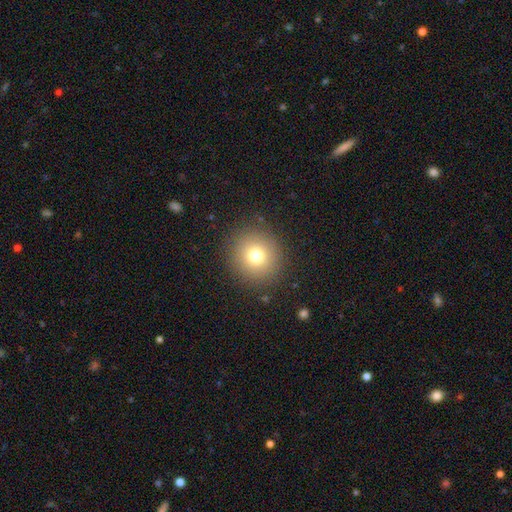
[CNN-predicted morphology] Q: Smooth or featured?
A: smooth (75%); runner-up: star or artifact (14%)
Q: How rounded?
A: round (92%); runner-up: in between (7%)
Q: Merging?
A: none (89%); runner-up: minor disturbance (7%)